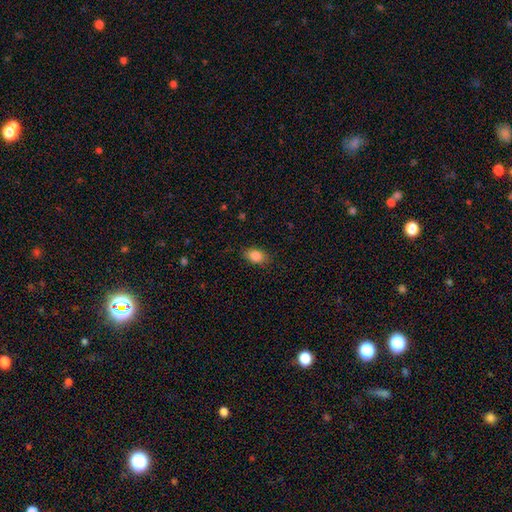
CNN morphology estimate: This appears to be a smooth galaxy with no disk features (85%) that is in between round and cigar-shaped (85%). Merging: none (84%).